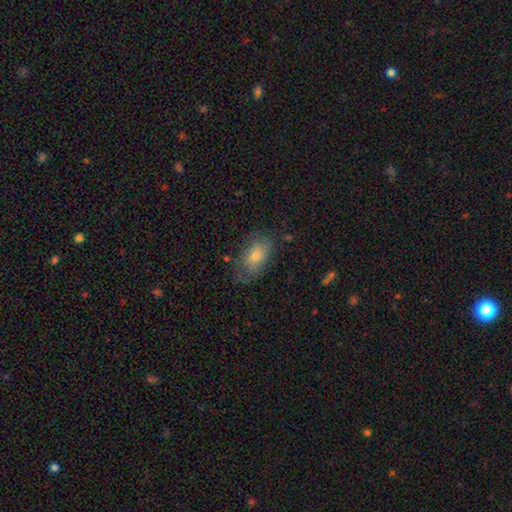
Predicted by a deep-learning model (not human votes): Morphology: type=smooth (69%); roundness=in between (89%); merging=none (67%).